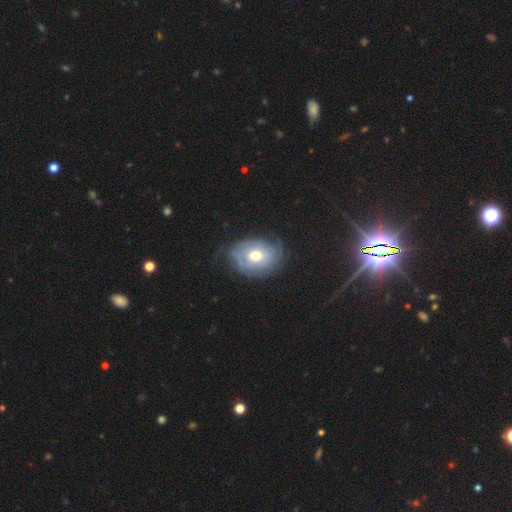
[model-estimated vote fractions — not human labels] A featured or disk galaxy (71%) with no bar (76%), tight (67%) spiral arms (84%) and a moderate central bulge (71%). Merging: none (65%).